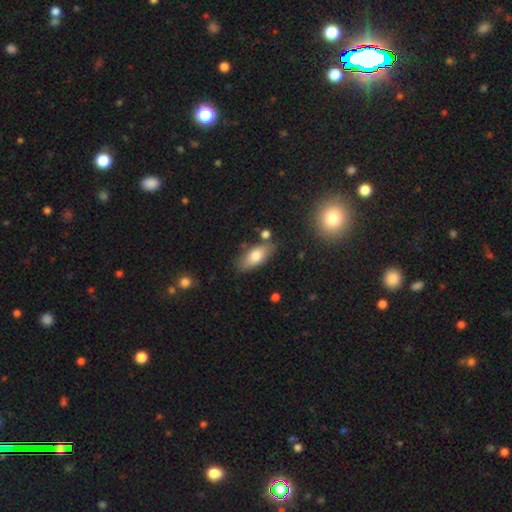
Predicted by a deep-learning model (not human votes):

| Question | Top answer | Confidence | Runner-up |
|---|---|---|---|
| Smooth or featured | smooth | 73% | featured or disk (20%) |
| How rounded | in between | 81% | cigar-shaped (15%) |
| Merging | none | 77% | minor disturbance (14%) |